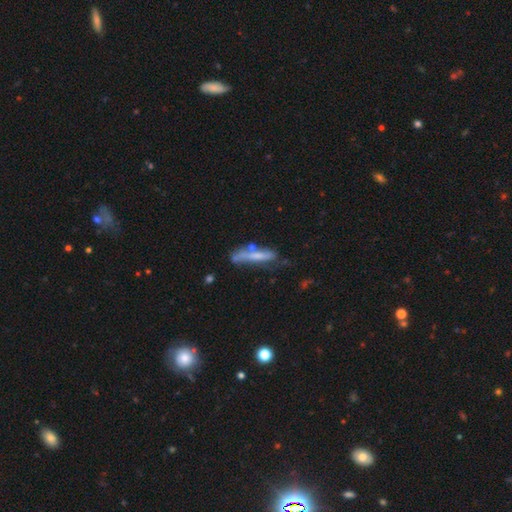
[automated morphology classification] smooth_or_featured: smooth (p=0.51) [alt: featured or disk p=0.41]
how_rounded: cigar-shaped (p=0.85) [alt: in between p=0.13]
merging: none (p=0.49) [alt: minor disturbance p=0.26]